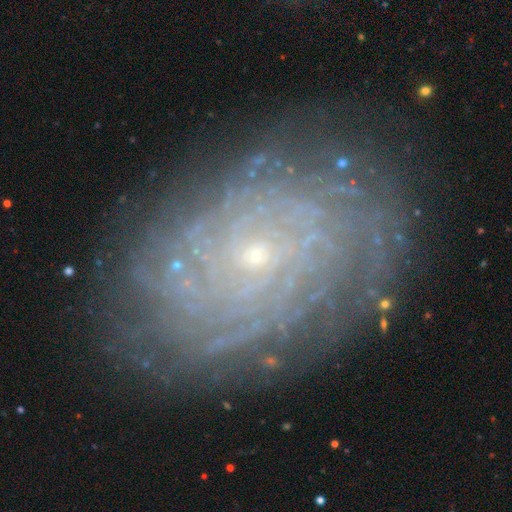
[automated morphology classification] This appears to be a featured or disk galaxy (82%) with no bar (76%), tight (81%) spiral arms (95%) and a small central bulge (87%). Merging: none (82%).